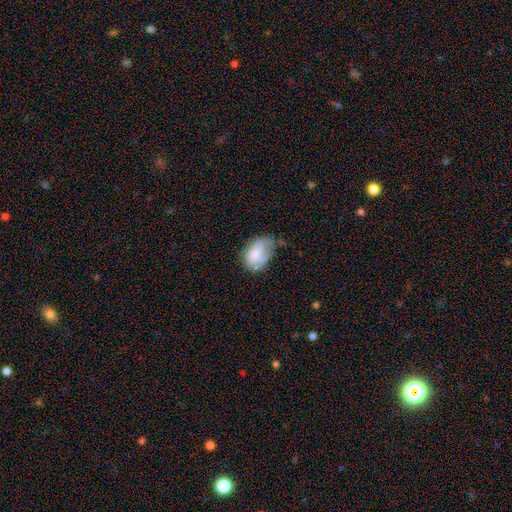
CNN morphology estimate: Q: Smooth or featured?
A: smooth (70%); runner-up: featured or disk (22%)
Q: How rounded?
A: in between (84%); runner-up: round (15%)
Q: Merging?
A: minor disturbance (38%); runner-up: none (32%)